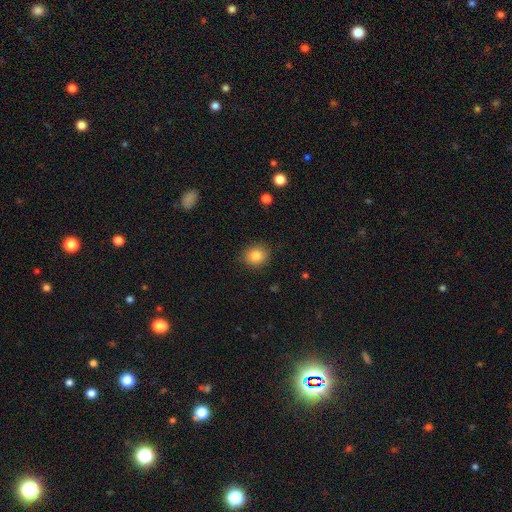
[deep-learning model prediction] Morphology: type=smooth (84%); roundness=round (73%); merging=none (88%).